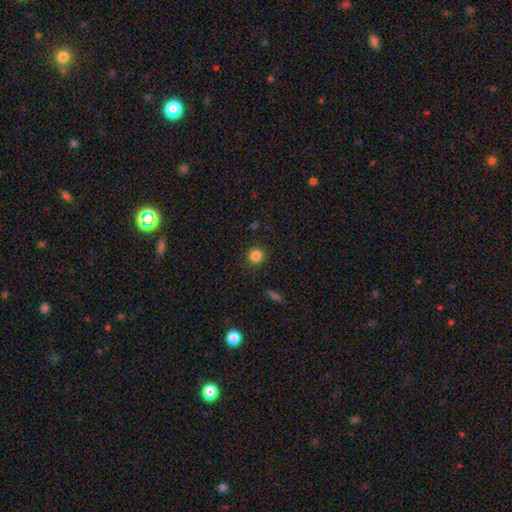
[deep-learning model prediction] Smooth or featured: smooth — 84% (star or artifact — 11%)
How rounded: round — 92% (in between — 7%)
Merging: none — 90% (minor disturbance — 7%)